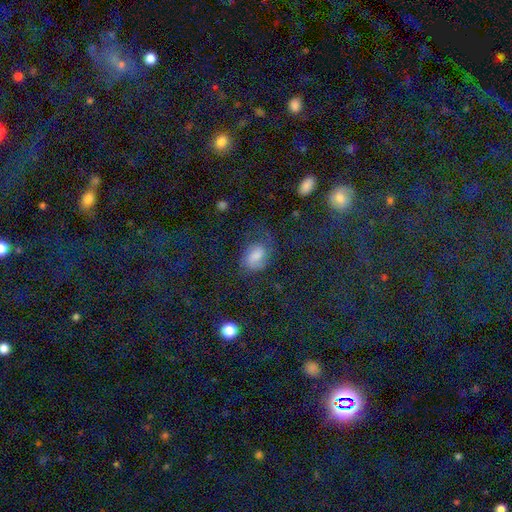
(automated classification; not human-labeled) smooth-or-featured: smooth: 45% | featured or disk: 36% | star or artifact: 19%
  merging: none: 49% | minor disturbance: 24% | major disturbance: 23% | merger: 3%